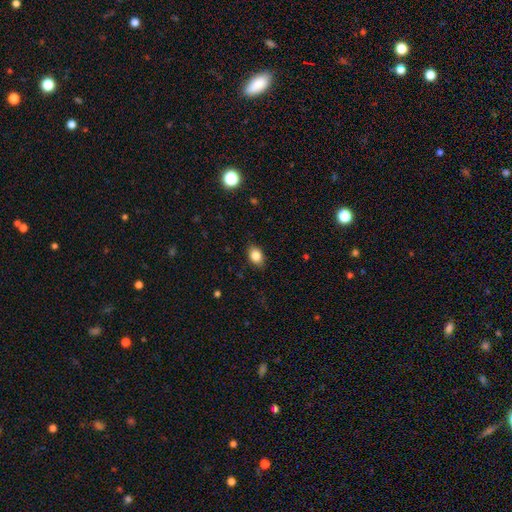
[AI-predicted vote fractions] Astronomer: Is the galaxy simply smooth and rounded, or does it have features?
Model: smooth — 85%.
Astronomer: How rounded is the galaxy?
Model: in between — 79%.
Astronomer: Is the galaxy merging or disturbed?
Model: none — 86%.